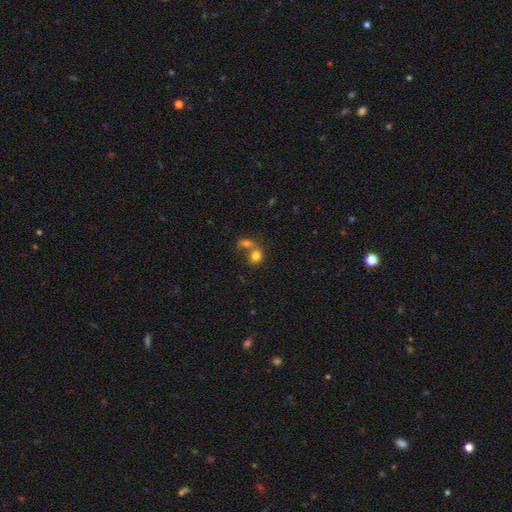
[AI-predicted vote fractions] Smooth or featured? Predicted: smooth (p=0.79). How rounded? Predicted: round (p=0.53). Merging? Predicted: merger (p=0.56).